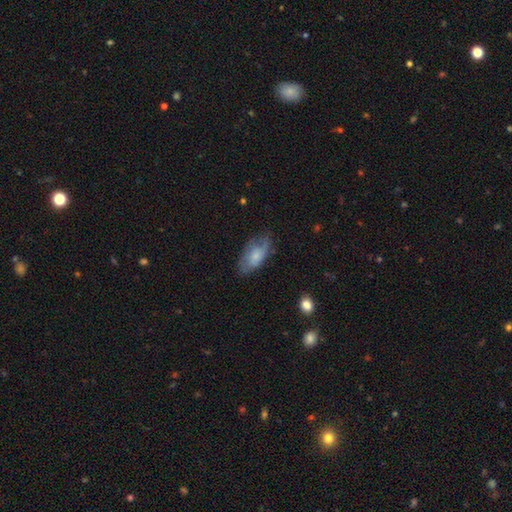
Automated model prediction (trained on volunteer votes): Smooth or featured? smooth (59%)
How rounded? in between (90%)
Merging? none (64%)